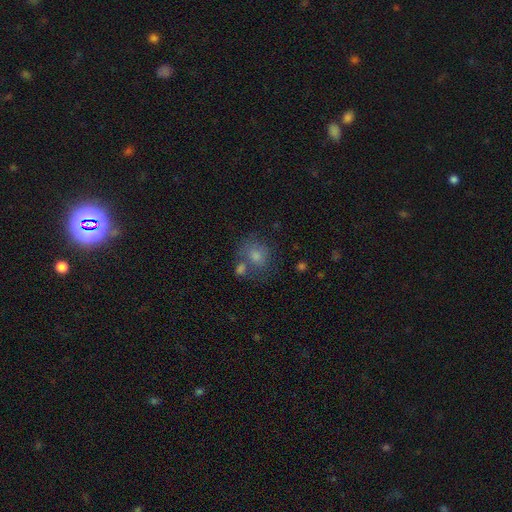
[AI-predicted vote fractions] The model was most divided on "merging": none: 55%, merger: 24%, minor disturbance: 14%, major disturbance: 7%. More confident: how rounded — round (70%); smooth or featured — smooth (66%).